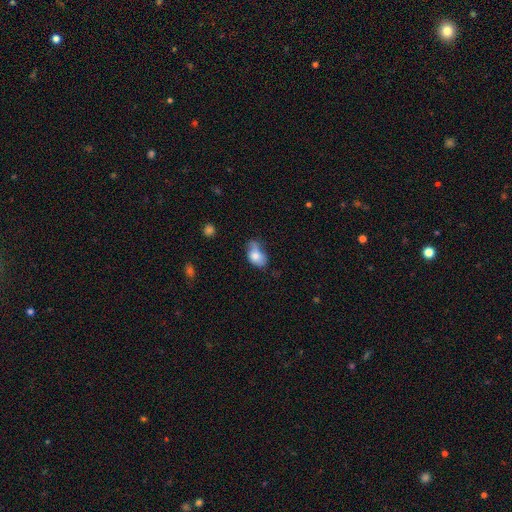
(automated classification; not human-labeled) This is likely a smooth galaxy (75%). How rounded: clearly in between (86%). Merging: marginally minor disturbance (42%).